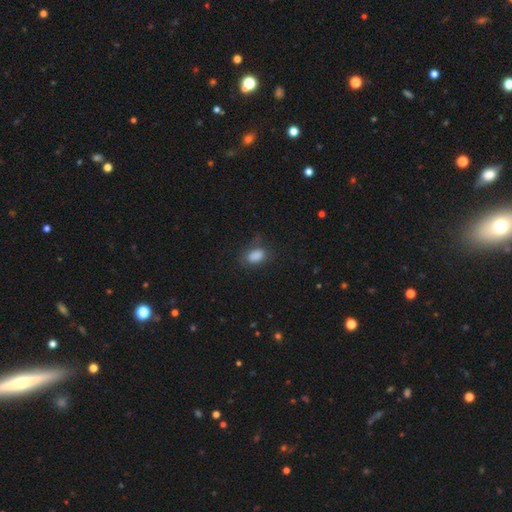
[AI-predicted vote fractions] Q: Smooth or featured?
A: smooth (85%); runner-up: star or artifact (9%)
Q: How rounded?
A: in between (85%); runner-up: round (13%)
Q: Merging?
A: none (64%); runner-up: minor disturbance (24%)